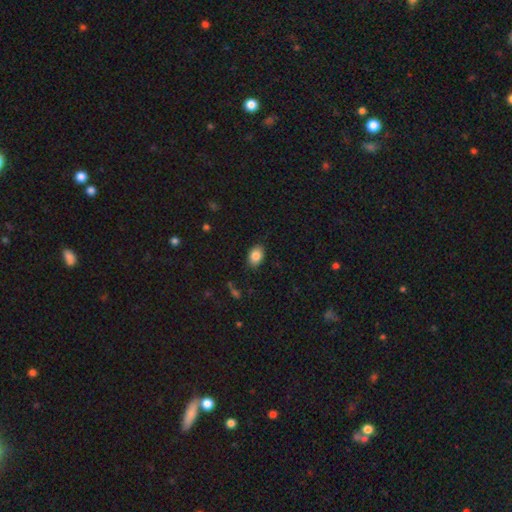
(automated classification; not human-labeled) Smooth or featured? Predicted: smooth (p=0.85). How rounded? Predicted: in between (p=0.81). Merging? Predicted: none (p=0.86).